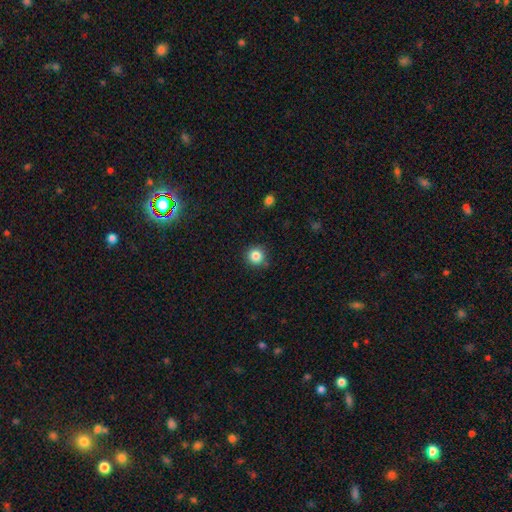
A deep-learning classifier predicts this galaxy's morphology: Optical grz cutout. It shows a smooth galaxy with no disk features (84%) that is round (94%). Merging: none (86%).